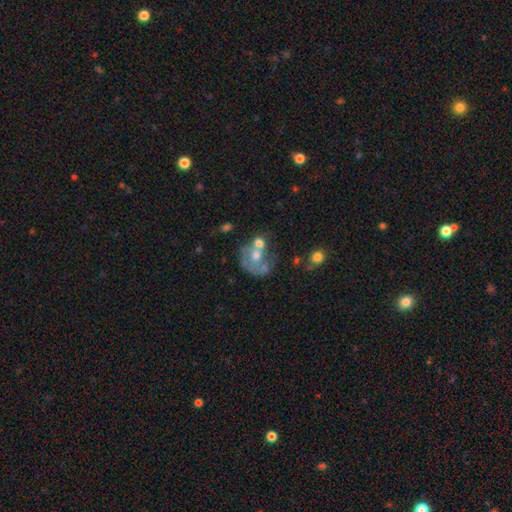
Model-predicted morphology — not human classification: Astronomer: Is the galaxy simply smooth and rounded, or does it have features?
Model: smooth — 46% (runner-up: featured or disk, 44%).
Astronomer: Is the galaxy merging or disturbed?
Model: merger — 48% (runner-up: none, 24%).